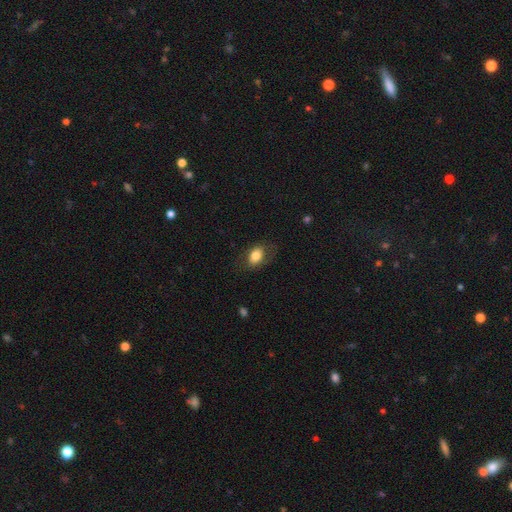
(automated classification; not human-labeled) Morphology: type=smooth (79%); roundness=in between (80%); merging=none (71%).